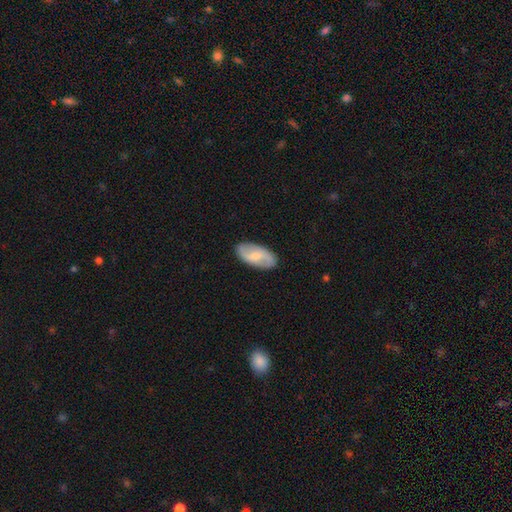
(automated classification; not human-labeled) Smooth or featured?
  - featured or disk: 51% *
  - smooth: 44%
  - star or artifact: 6%
Edge-on disk?
  - no: 93% *
  - yes: 7%
Merging?
  - none: 87% *
  - minor disturbance: 10%
  - major disturbance: 2%
  - merger: 1%